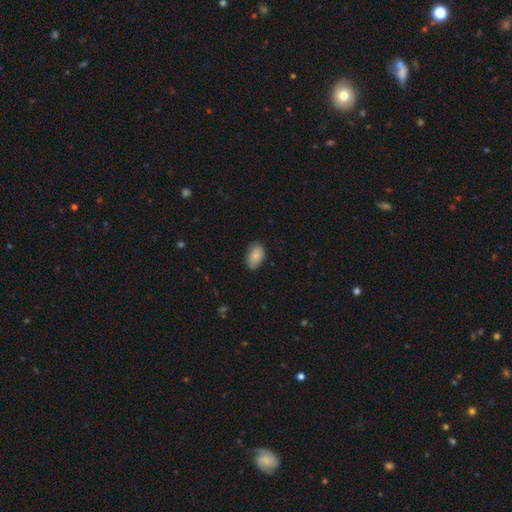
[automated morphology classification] smooth-or-featured: smooth: 84% | featured or disk: 9% | star or artifact: 7%
  how-rounded: in between: 91% | round: 7% | cigar-shaped: 1%
  merging: none: 79% | minor disturbance: 18% | major disturbance: 3% | merger: 1%